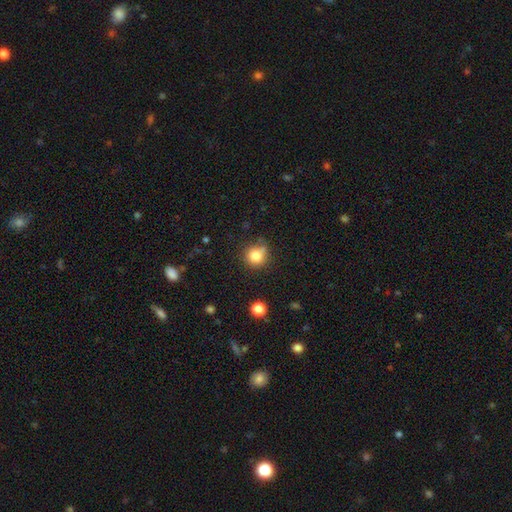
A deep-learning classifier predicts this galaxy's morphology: Smooth or featured: smooth — 81% (star or artifact — 12%)
How rounded: round — 89% (in between — 10%)
Merging: none — 68% (minor disturbance — 20%)